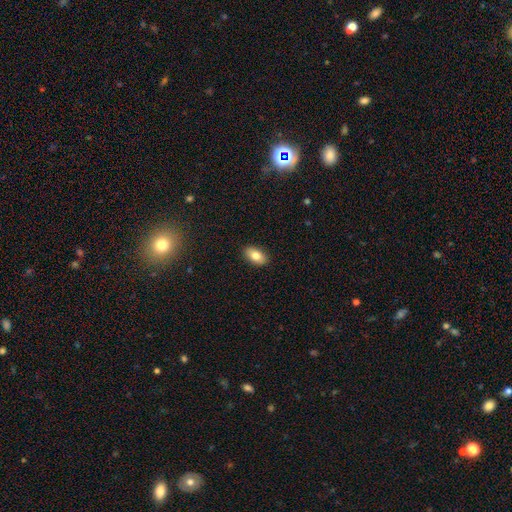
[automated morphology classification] The model was most divided on "smooth or featured": smooth: 81%, featured or disk: 11%, star or artifact: 8%. More confident: how rounded — in between (91%); merging — none (89%).